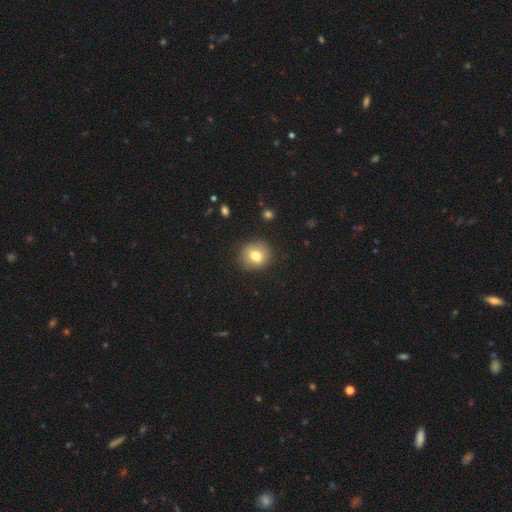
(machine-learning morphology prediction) This appears to be a smooth galaxy with no disk features (77%) that is round (82%). Merging: none (85%).